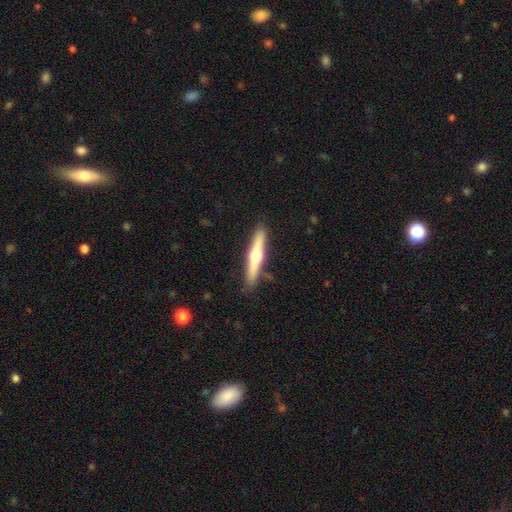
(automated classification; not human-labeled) A featured or disk galaxy (62%) viewed edge-on (96%) with a rounded central bulge (94%). Merging: none (88%).